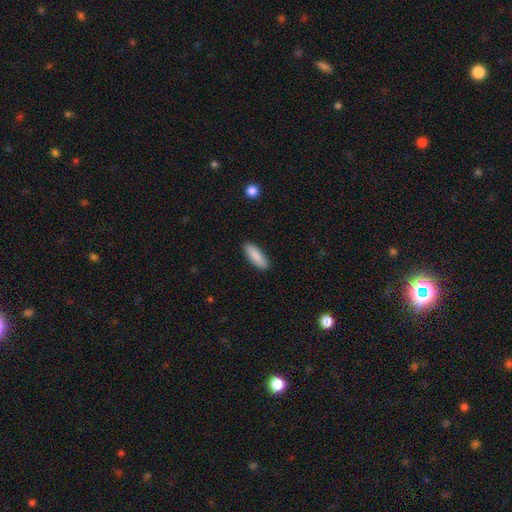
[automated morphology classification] This is clearly a smooth galaxy (87%). How rounded: possibly in between (53%). Merging: clearly none (89%).